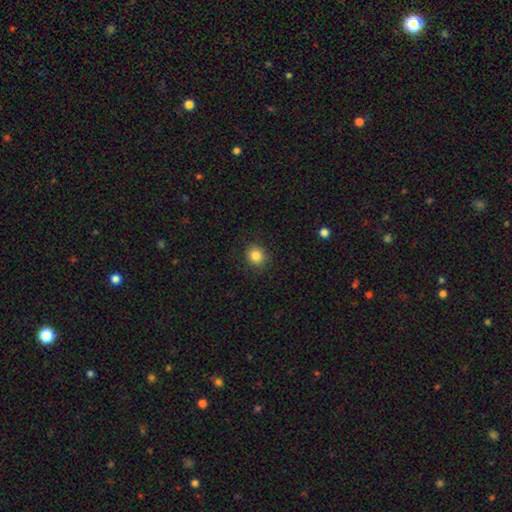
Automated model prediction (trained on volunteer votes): Smooth or featured: smooth — 85% (star or artifact — 11%)
How rounded: round — 85% (in between — 14%)
Merging: none — 90% (minor disturbance — 7%)